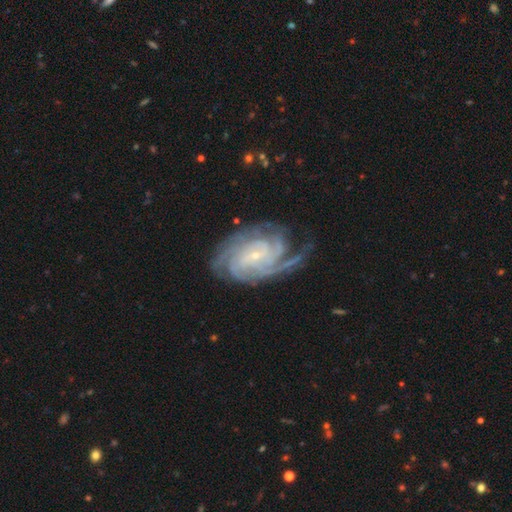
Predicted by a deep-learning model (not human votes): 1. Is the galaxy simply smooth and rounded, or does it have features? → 90% featured or disk, 5% star or artifact, 4% smooth.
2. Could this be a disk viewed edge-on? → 97% no, 3% yes.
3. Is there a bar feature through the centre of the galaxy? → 54% no, 32% weak, 13% strong.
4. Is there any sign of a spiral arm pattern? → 98% yes, 2% no.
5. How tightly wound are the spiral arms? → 72% tight, 24% medium, 4% loose.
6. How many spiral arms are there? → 37% 4, 18% 3, 15% can't tell, 15% more than 4, 9% 2, 6% 1.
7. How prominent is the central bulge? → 83% small, 12% moderate, 2% none, 1% large, 1% dominant.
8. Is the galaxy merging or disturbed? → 71% none, 18% minor disturbance, 9% major disturbance, 2% merger.